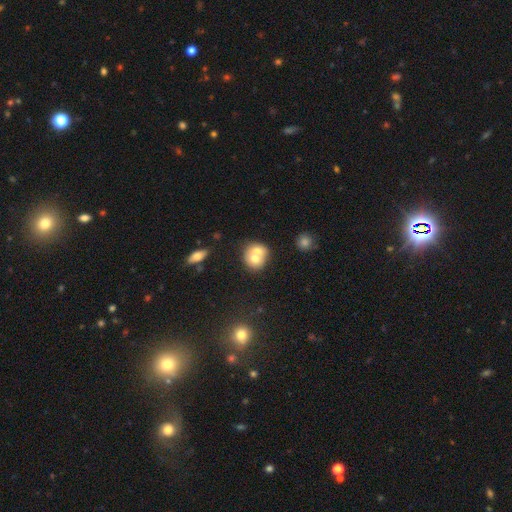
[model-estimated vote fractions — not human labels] smooth 63%, featured or disk 28%, star or artifact 9%. Down the decision tree: how rounded — round (76%); merging — merger (60%).